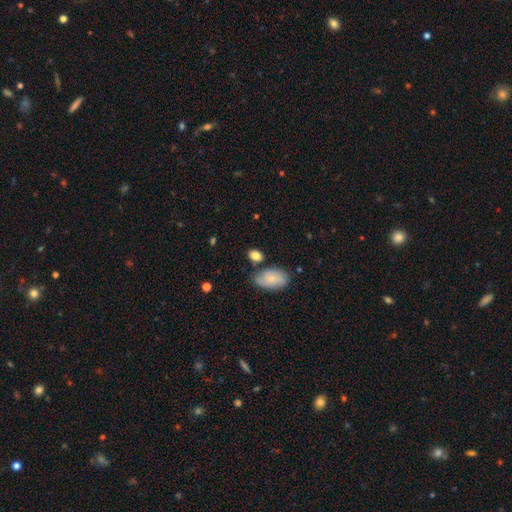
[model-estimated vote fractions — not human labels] This is clearly a smooth galaxy (81%). How rounded: likely in between (74%). Merging: likely none (67%).